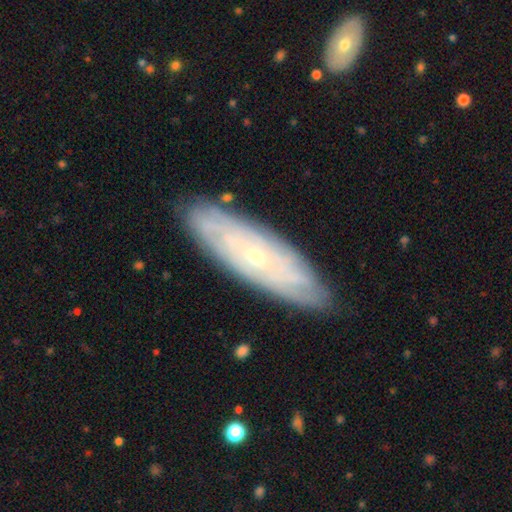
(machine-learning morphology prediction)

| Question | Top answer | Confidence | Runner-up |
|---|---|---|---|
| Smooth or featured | featured or disk | 74% | smooth (19%) |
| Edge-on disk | no | 75% | yes (25%) |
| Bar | no | 83% | weak (14%) |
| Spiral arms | yes | 83% | no (17%) |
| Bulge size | small | 80% | moderate (17%) |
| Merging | none | 86% | minor disturbance (11%) |